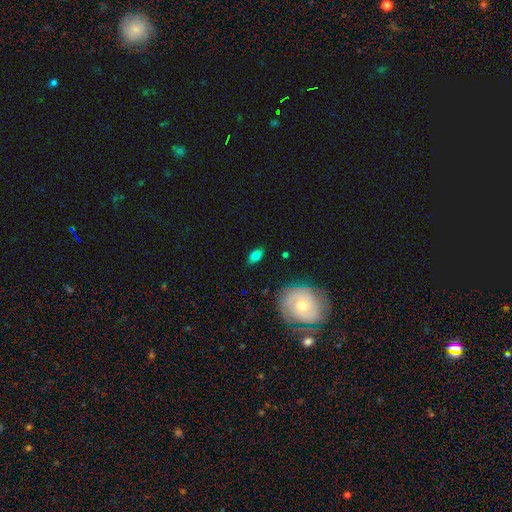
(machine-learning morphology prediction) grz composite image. It shows a smooth galaxy with no disk features (73%) that is in between round and cigar-shaped (87%). Merging: none (81%).